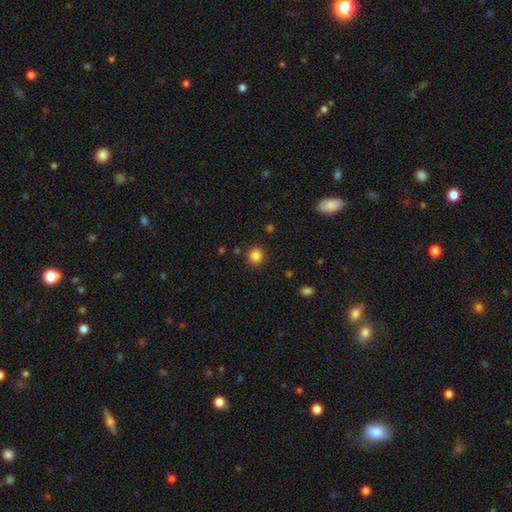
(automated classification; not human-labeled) Smooth or featured? smooth (85%)
How rounded? round (92%)
Merging? none (90%)